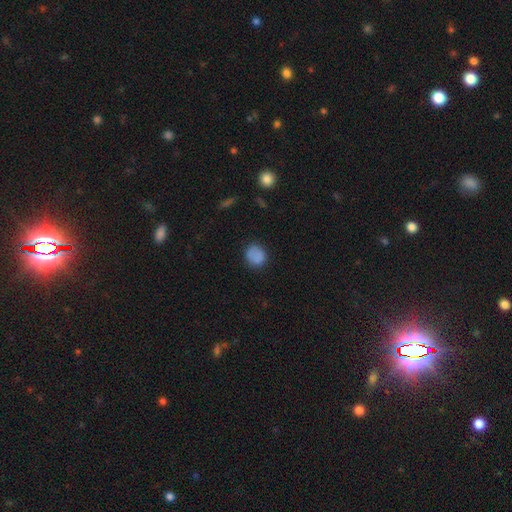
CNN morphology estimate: Smooth or featured: smooth — 82% (star or artifact — 10%)
How rounded: round — 78% (in between — 21%)
Merging: none — 75% (minor disturbance — 17%)